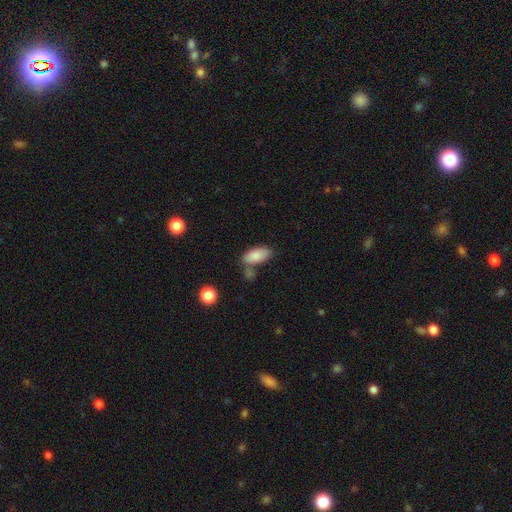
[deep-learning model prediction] Morphology: type=smooth (85%); roundness=in between (89%); merging=none (60%).